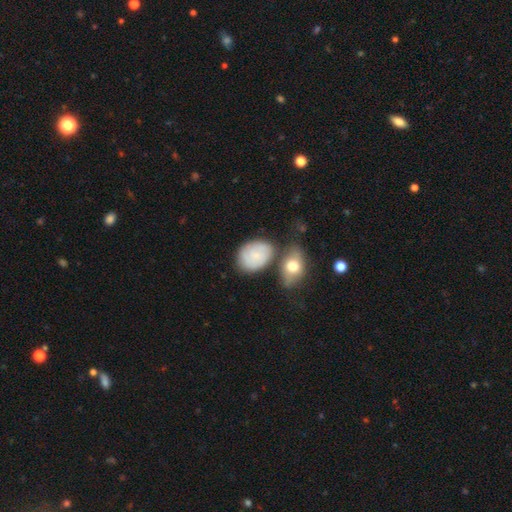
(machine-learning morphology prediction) This is likely a smooth galaxy (61%). How rounded: likely in between (71%). Merging: possibly none (57%).